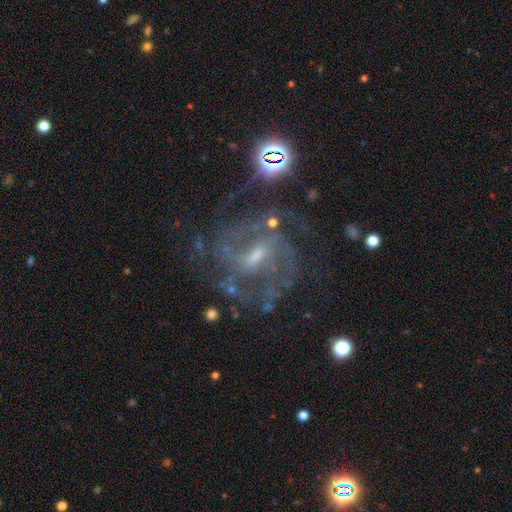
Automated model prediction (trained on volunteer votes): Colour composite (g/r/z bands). It shows a featured or disk galaxy (83%) with a weak bar (57%), 2 (38%) medium (50%) spiral arms (95%) and a small central bulge (50%). Merging: none (65%).